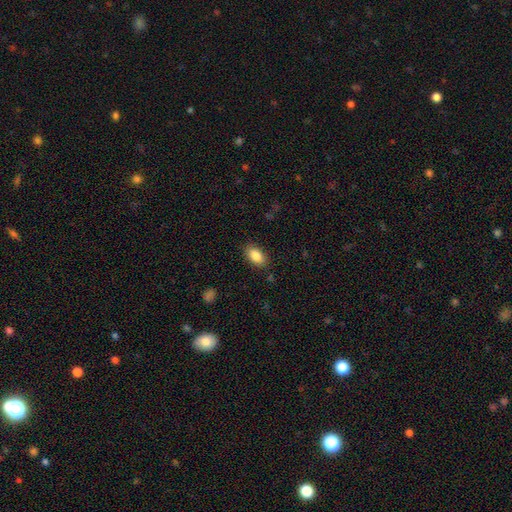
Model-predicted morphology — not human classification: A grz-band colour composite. It shows a smooth galaxy with no disk features (86%) that is in between round and cigar-shaped (91%). Merging: none (86%).